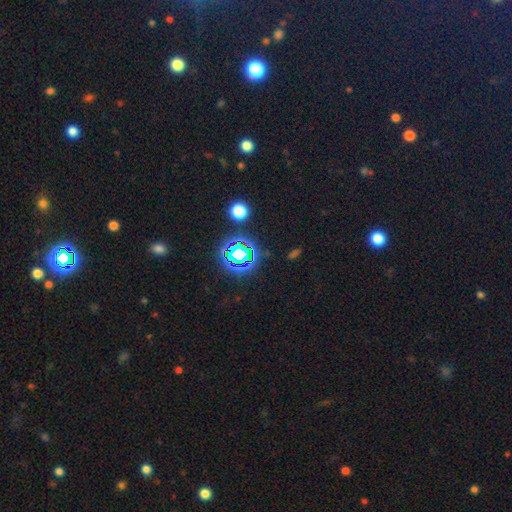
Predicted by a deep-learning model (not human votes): A star or artifact, not a galaxy (73%).